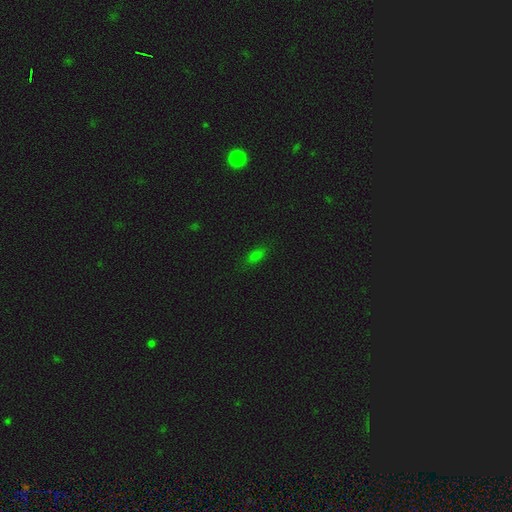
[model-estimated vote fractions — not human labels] The model was most divided on "how rounded": in between: 77%, cigar-shaped: 18%, round: 4%. More confident: merging — none (81%); smooth or featured — smooth (78%).